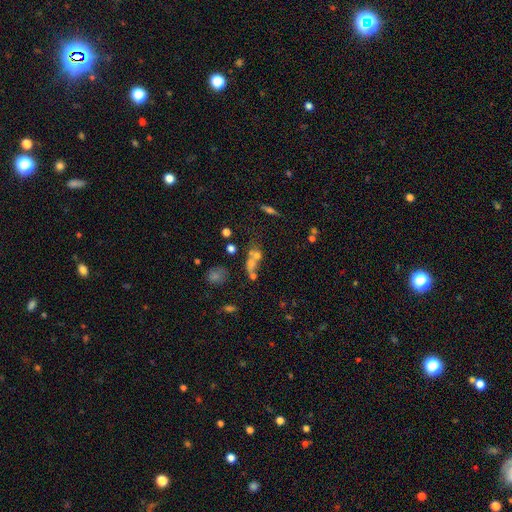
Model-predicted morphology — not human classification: smooth-or-featured: smooth: 53% | featured or disk: 26% | star or artifact: 21%
  how-rounded: round: 49% | in between: 43% | cigar-shaped: 8%
  merging: merger: 56% | none: 26% | major disturbance: 9% | minor disturbance: 9%